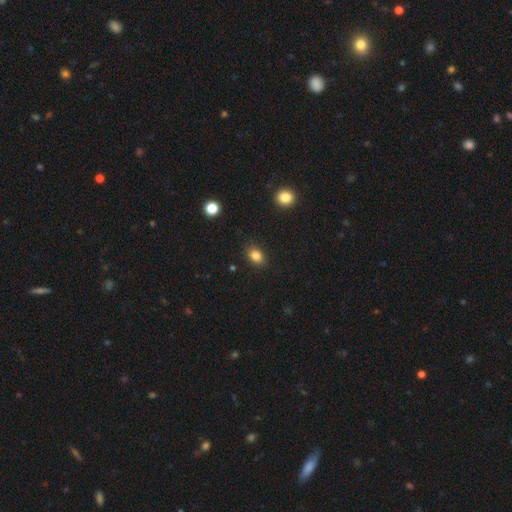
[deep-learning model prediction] smooth 84%, star or artifact 11%, featured or disk 5%. Down the decision tree: how rounded — in between (69%); merging — none (87%).